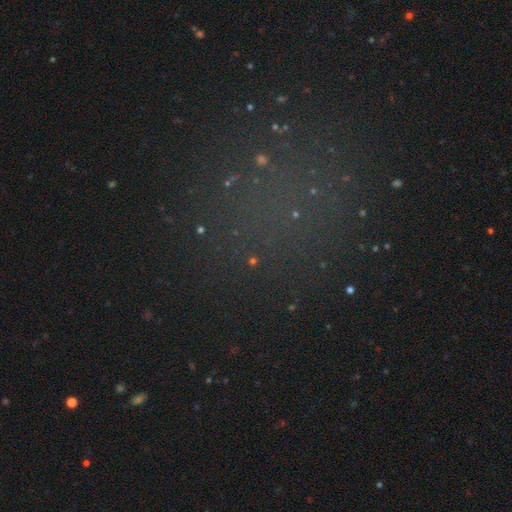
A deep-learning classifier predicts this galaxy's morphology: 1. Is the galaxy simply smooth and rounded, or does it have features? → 57% star or artifact, 27% smooth, 16% featured or disk.